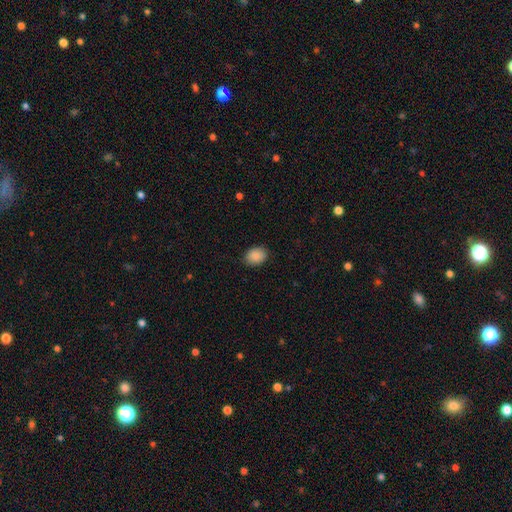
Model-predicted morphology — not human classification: This appears to be a smooth galaxy with no disk features (89%) that is in between round and cigar-shaped (64%). Merging: none (87%).